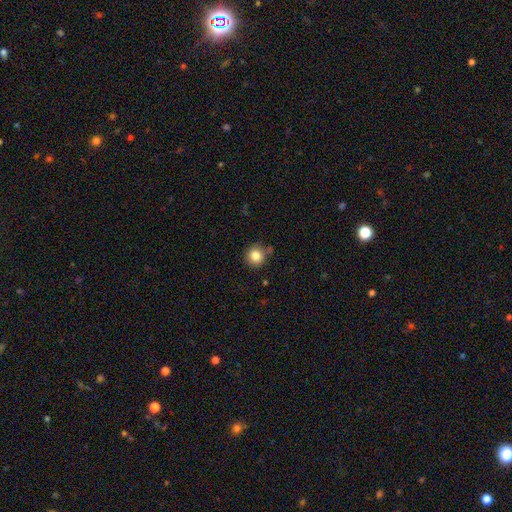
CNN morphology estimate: A smooth galaxy with no disk features (83%) that is round (91%).

Vote fractions:
- Smooth or featured? smooth: 83% / star or artifact: 11% / featured or disk: 6%
- How rounded? round: 91% / in between: 8% / cigar-shaped: 1%
- Merging? none: 78% / minor disturbance: 14% / merger: 5% / major disturbance: 3%